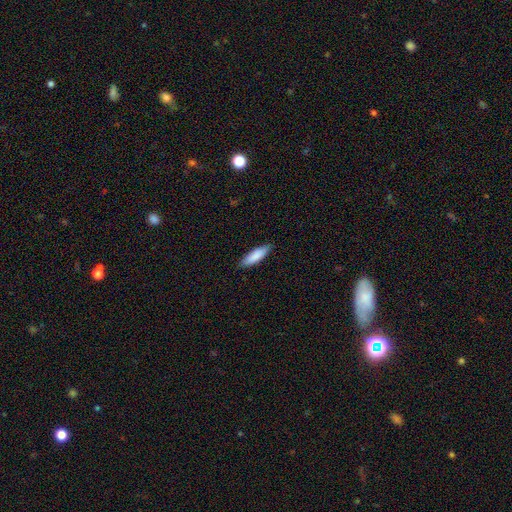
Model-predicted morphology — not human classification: Smooth or featured?
  - smooth: 85% *
  - featured or disk: 10%
  - star or artifact: 5%
How rounded?
  - cigar-shaped: 55% *
  - in between: 43%
  - round: 1%
Merging?
  - none: 86% *
  - minor disturbance: 11%
  - major disturbance: 2%
  - merger: 1%